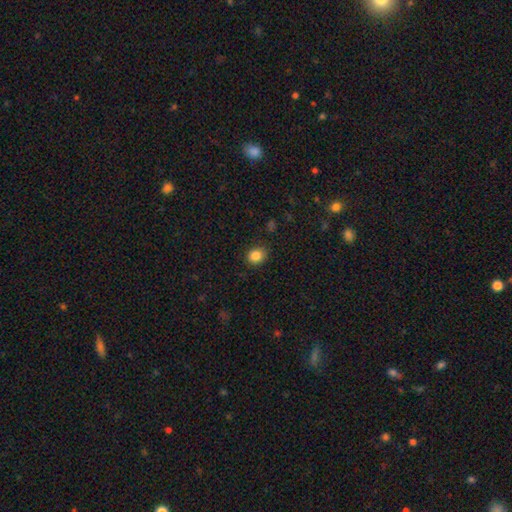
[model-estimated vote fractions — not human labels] Morphology: type=smooth (85%); roundness=round (65%); merging=none (85%).